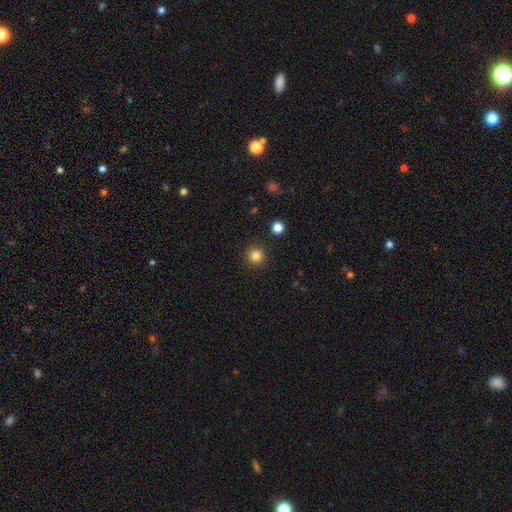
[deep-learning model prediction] Morphology: type=smooth (84%); roundness=round (95%); merging=none (92%).